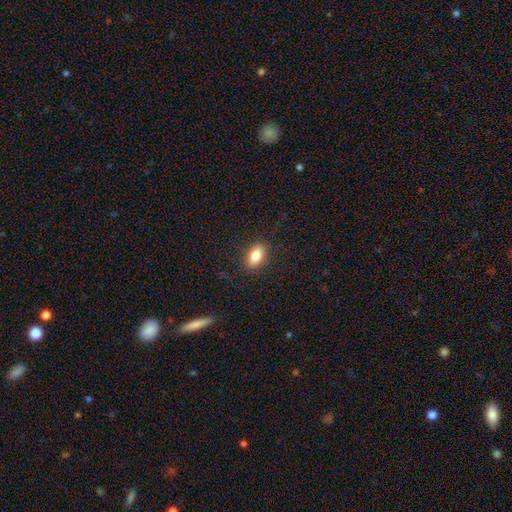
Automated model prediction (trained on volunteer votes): smooth-or-featured: smooth: 83% | featured or disk: 9% | star or artifact: 8%
  how-rounded: in between: 89% | round: 8% | cigar-shaped: 3%
  merging: none: 87% | minor disturbance: 9% | major disturbance: 3% | merger: 1%